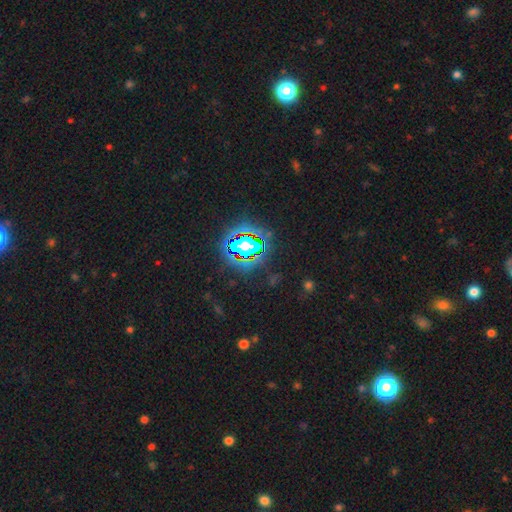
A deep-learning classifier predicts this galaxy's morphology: smooth-or-featured: star or artifact: 82% | smooth: 11% | featured or disk: 7%